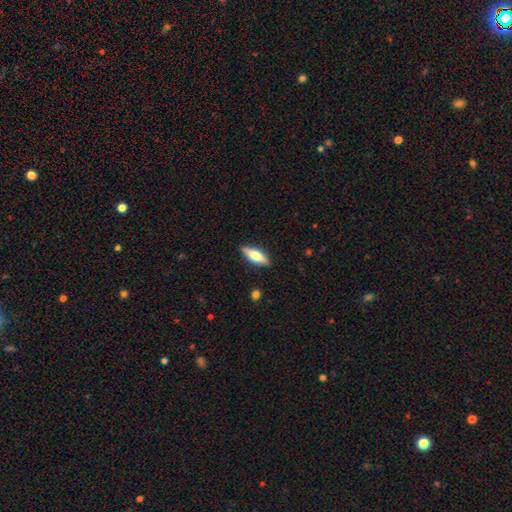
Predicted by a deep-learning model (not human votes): A smooth galaxy with no disk features (51%) that is in between round and cigar-shaped (51%).

Vote fractions:
- Smooth or featured? smooth: 51% / featured or disk: 43% / star or artifact: 6%
- How rounded? in between: 51% / cigar-shaped: 46% / round: 3%
- Merging? none: 89% / minor disturbance: 9% / major disturbance: 2% / merger: 1%